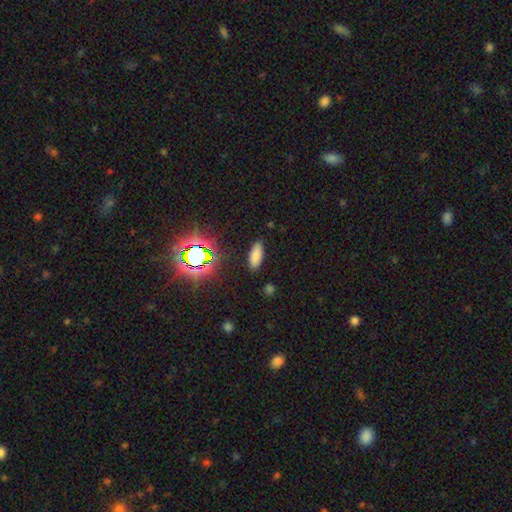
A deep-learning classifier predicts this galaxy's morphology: Smooth or featured? smooth (78%)
How rounded? in between (78%)
Merging? none (86%)